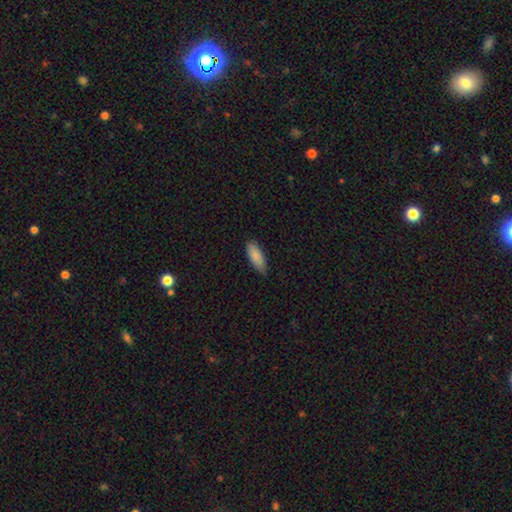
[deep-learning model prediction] Q: Smooth or featured?
A: smooth (86%); runner-up: featured or disk (8%)
Q: How rounded?
A: in between (74%); runner-up: cigar-shaped (24%)
Q: Merging?
A: none (75%); runner-up: minor disturbance (21%)